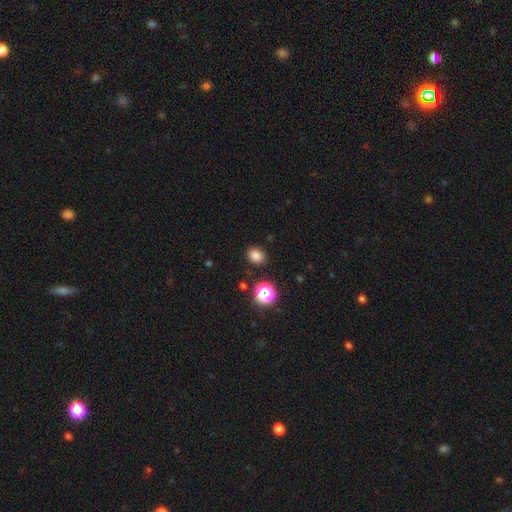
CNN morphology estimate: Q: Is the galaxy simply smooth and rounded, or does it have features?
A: smooth — 80%.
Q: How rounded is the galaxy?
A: round — 50%.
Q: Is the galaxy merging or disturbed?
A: none — 86%.